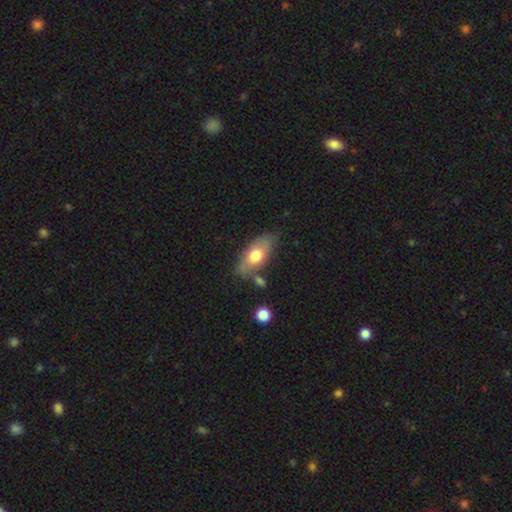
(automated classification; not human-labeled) Morphology: type=smooth (65%); roundness=in between (84%); merging=none (65%).